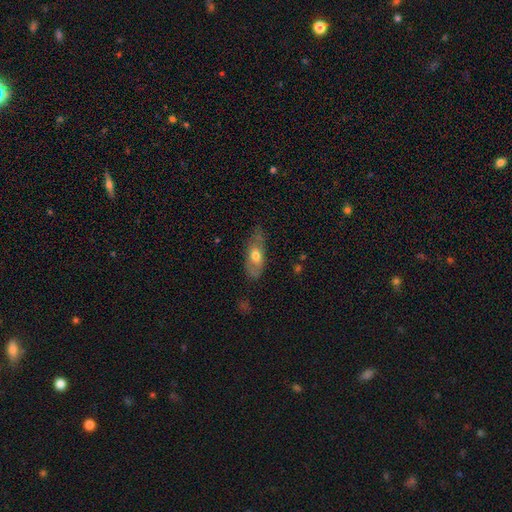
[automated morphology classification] This appears to be a smooth galaxy with no disk features (58%) that is in between round and cigar-shaped (78%). Merging: none (60%).